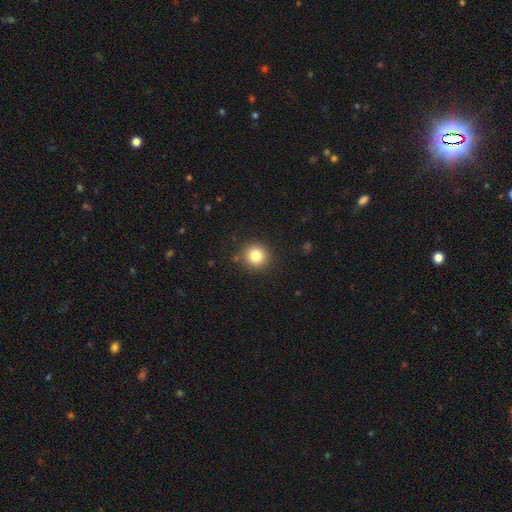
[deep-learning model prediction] Smooth or featured? Predicted: smooth (p=0.82). How rounded? Predicted: round (p=0.93). Merging? Predicted: none (p=0.89).